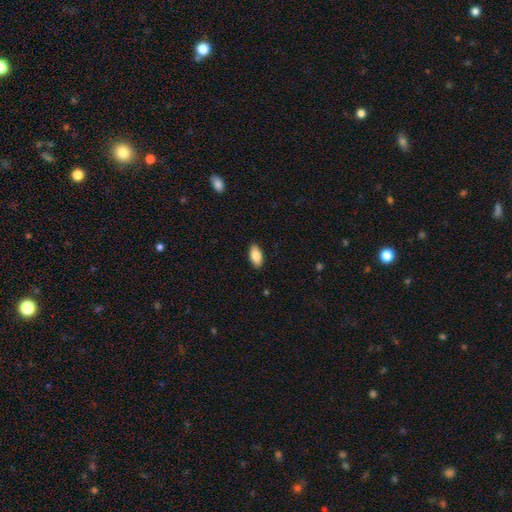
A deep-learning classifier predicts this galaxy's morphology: type=smooth (85%); roundness=in between (92%); merging=none (89%).